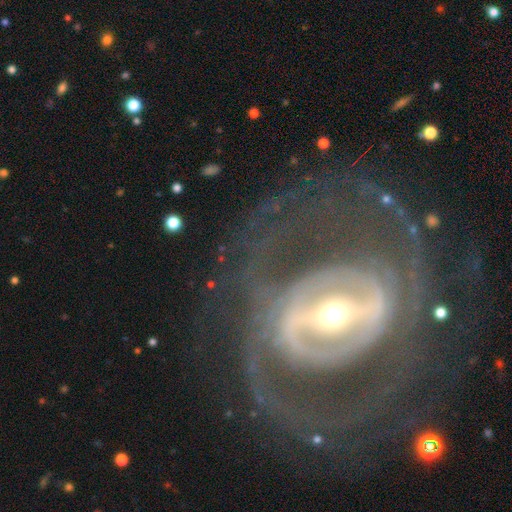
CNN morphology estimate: featured or disk 88%, star or artifact 6%, smooth 6%. Down the decision tree: edge-on disk — no (94%); bar — strong (72%); spiral arms — yes (82%); spiral arm count — 2 (49%); spiral winding — tight (49%); bulge size — small (47%); merging — none (66%).